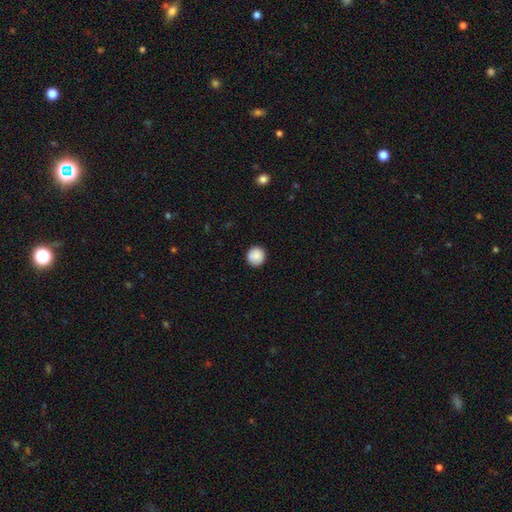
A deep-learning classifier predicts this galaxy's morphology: The model was most divided on "smooth or featured": smooth: 88%, star or artifact: 8%, featured or disk: 4%. More confident: how rounded — round (94%); merging — none (90%).